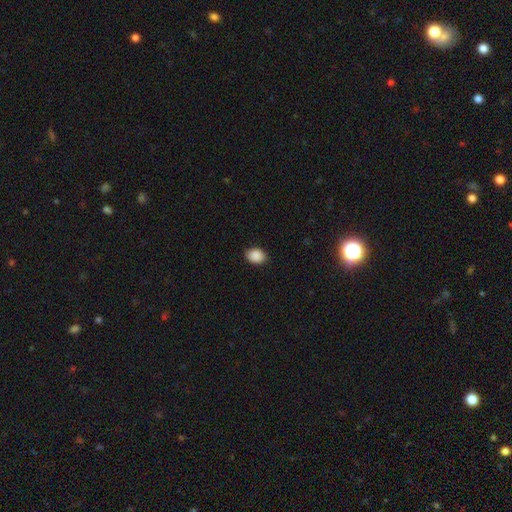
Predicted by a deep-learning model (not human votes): Smooth or featured? Predicted: smooth (p=0.89). How rounded? Predicted: in between (p=0.67). Merging? Predicted: none (p=0.87).